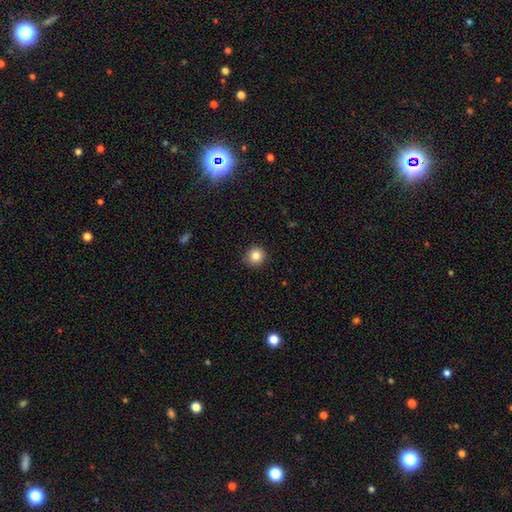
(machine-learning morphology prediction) Smooth or featured: smooth — 84% (star or artifact — 11%)
How rounded: round — 94% (in between — 5%)
Merging: none — 90% (minor disturbance — 8%)